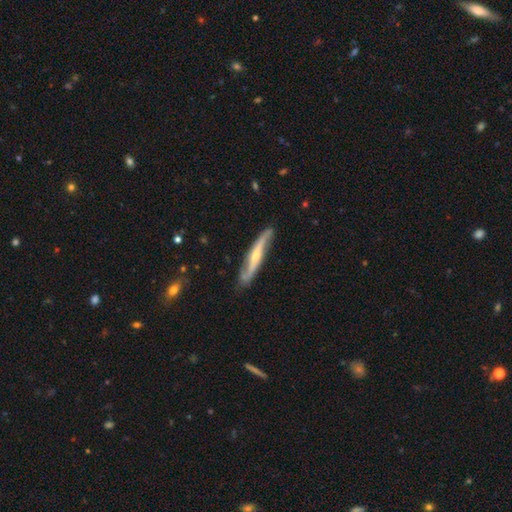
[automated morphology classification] A featured or disk galaxy (75%) viewed edge-on (52%).

Vote fractions:
- Smooth or featured? featured or disk: 75% / smooth: 20% / star or artifact: 5%
- Edge-on disk? yes: 52% / no: 48%
- Merging? none: 78% / minor disturbance: 17% / major disturbance: 4% / merger: 2%